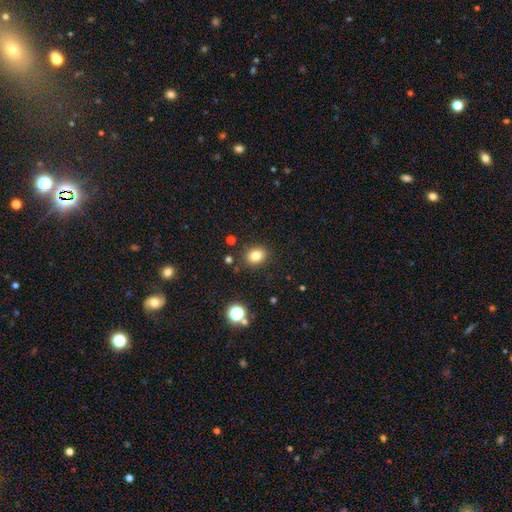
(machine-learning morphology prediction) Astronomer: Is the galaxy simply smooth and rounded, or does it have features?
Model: smooth — 80%.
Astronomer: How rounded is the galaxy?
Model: in between — 50% (runner-up: round, 49%).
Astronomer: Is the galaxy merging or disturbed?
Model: none — 85%.